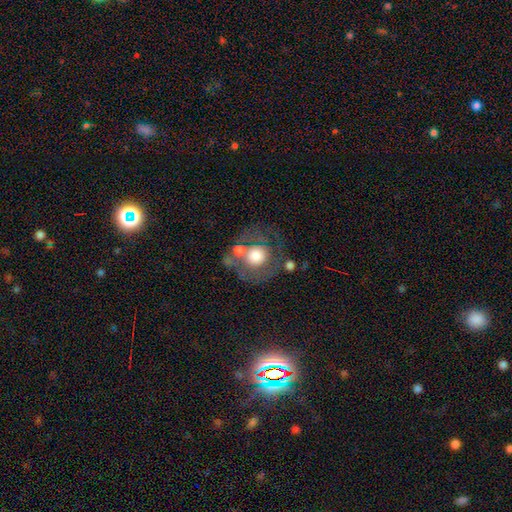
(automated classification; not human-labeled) A smooth galaxy with no disk features (53%) that is round (87%).

Vote fractions:
- Smooth or featured? smooth: 53% / featured or disk: 39% / star or artifact: 8%
- How rounded? round: 87% / in between: 12% / cigar-shaped: 1%
- Merging? none: 51% / minor disturbance: 18% / merger: 16% / major disturbance: 15%